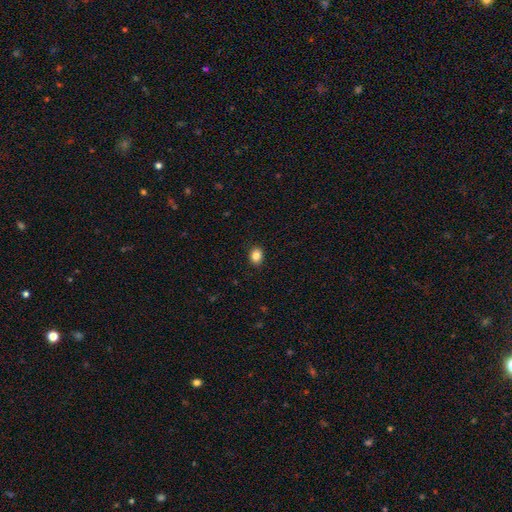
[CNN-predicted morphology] smooth-or-featured: smooth: 85% | star or artifact: 10% | featured or disk: 5%
  how-rounded: in between: 51% | round: 48% | cigar-shaped: 1%
  merging: none: 91% | minor disturbance: 7% | major disturbance: 2% | merger: 1%